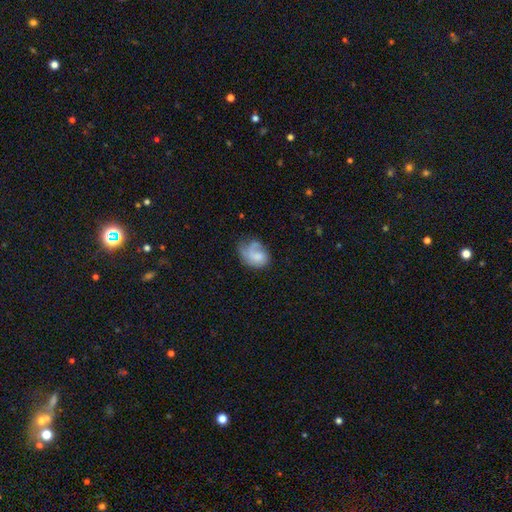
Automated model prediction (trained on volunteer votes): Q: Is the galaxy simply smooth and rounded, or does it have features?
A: smooth — 49%.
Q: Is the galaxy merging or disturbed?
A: none — 36%.